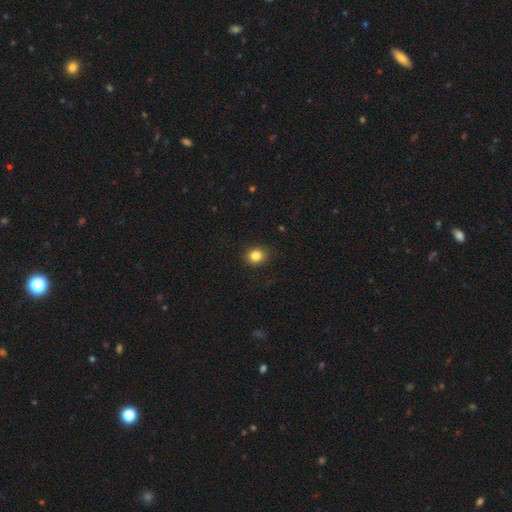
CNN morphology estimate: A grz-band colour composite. It shows a smooth galaxy with no disk features (84%) that is round (70%). Merging: none (89%).